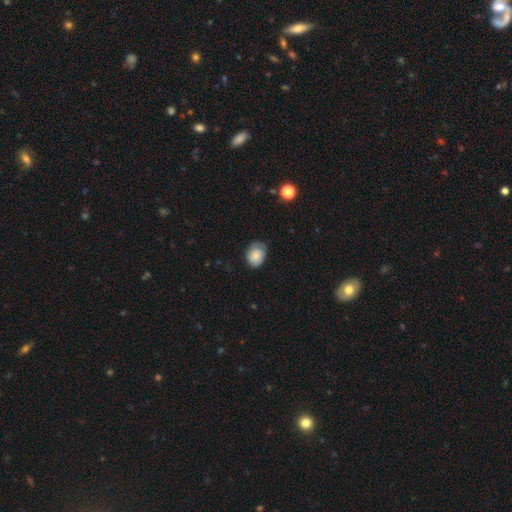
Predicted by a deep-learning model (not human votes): smooth-or-featured: smooth: 73% | featured or disk: 19% | star or artifact: 8%
  how-rounded: in between: 59% | round: 40% | cigar-shaped: 1%
  merging: none: 59% | minor disturbance: 32% | major disturbance: 8% | merger: 1%